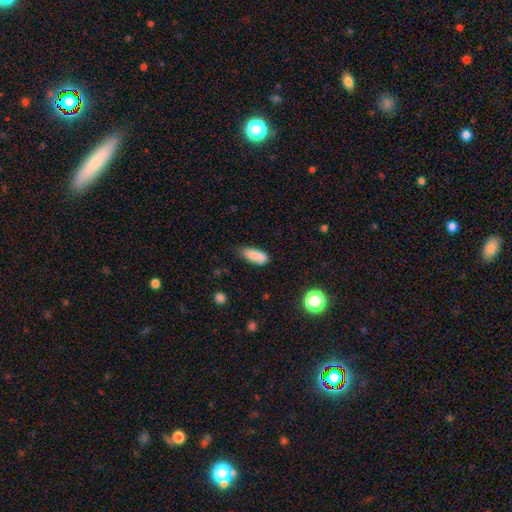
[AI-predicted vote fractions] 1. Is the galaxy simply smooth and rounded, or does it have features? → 81% smooth, 11% featured or disk, 8% star or artifact.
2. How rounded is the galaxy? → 74% in between, 24% cigar-shaped, 3% round.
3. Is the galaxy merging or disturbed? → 64% none, 24% minor disturbance, 6% merger, 5% major disturbance.